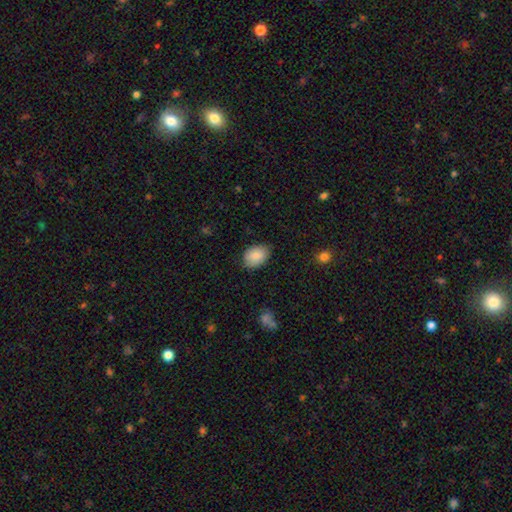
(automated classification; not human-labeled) smooth_or_featured: smooth (p=0.86) [alt: star or artifact p=0.07]
how_rounded: in between (p=0.77) [alt: round p=0.22]
merging: none (p=0.82) [alt: minor disturbance p=0.14]